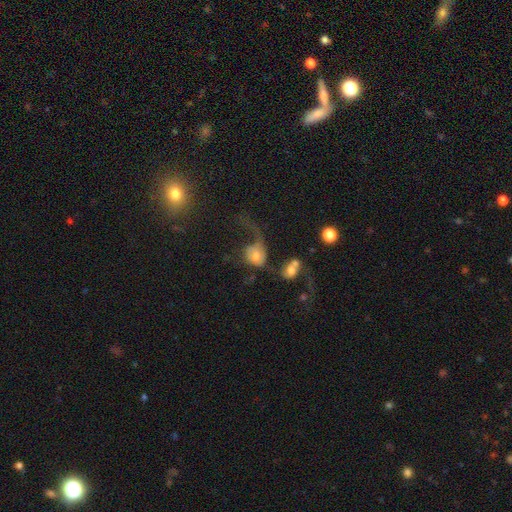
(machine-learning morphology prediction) This appears to be a smooth galaxy with no disk features (48%). Merging: major disturbance (47%).